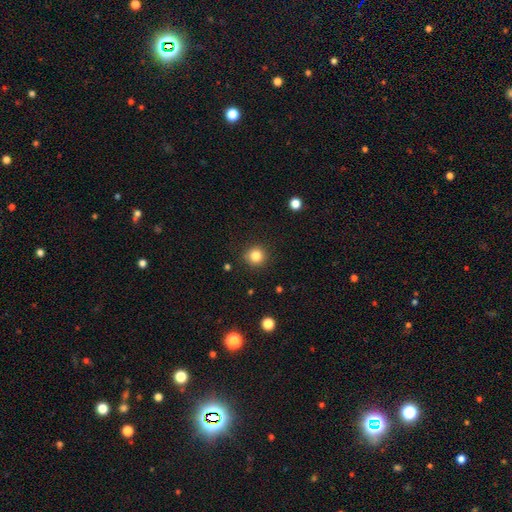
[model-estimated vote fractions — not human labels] Q: Smooth or featured?
A: smooth (83%); runner-up: star or artifact (12%)
Q: How rounded?
A: round (93%); runner-up: in between (6%)
Q: Merging?
A: none (89%); runner-up: minor disturbance (7%)